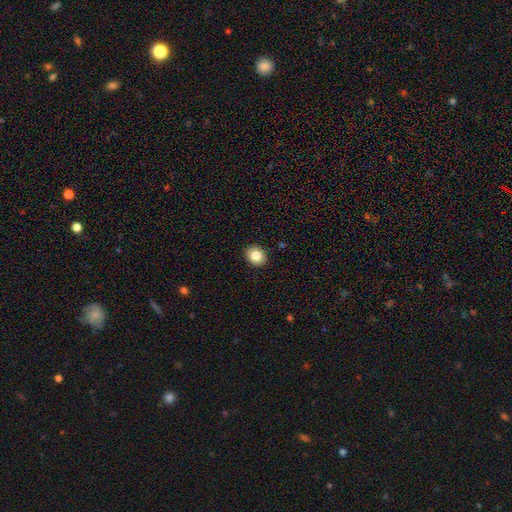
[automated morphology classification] Smooth or featured: smooth — 84% (star or artifact — 9%)
How rounded: round — 63% (in between — 36%)
Merging: none — 91% (minor disturbance — 6%)